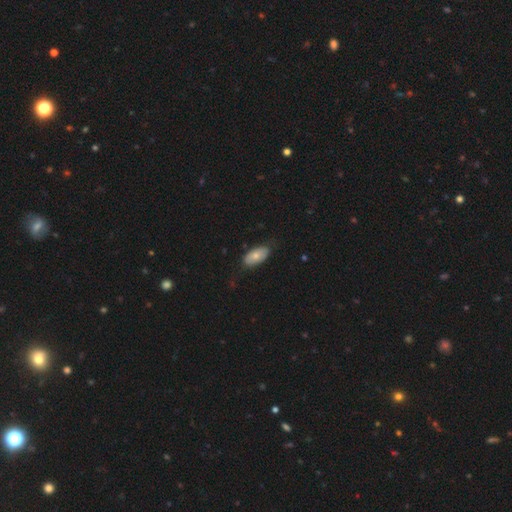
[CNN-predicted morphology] The model was most divided on "merging": none: 74%, minor disturbance: 21%, major disturbance: 4%, merger: 1%. More confident: how rounded — in between (93%); smooth or featured — smooth (73%).